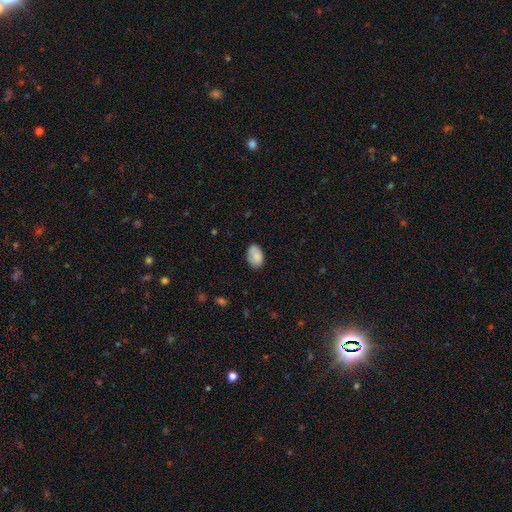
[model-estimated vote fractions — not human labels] This appears to be a smooth galaxy with no disk features (86%) that is in between round and cigar-shaped (86%). Merging: none (76%).